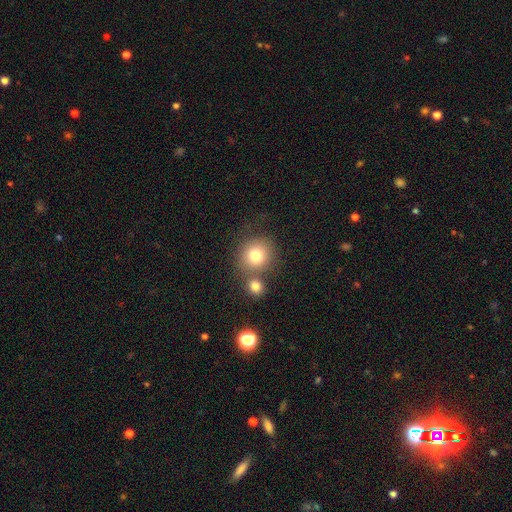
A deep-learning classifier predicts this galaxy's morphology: type=smooth (78%); roundness=round (88%); merging=none (60%).